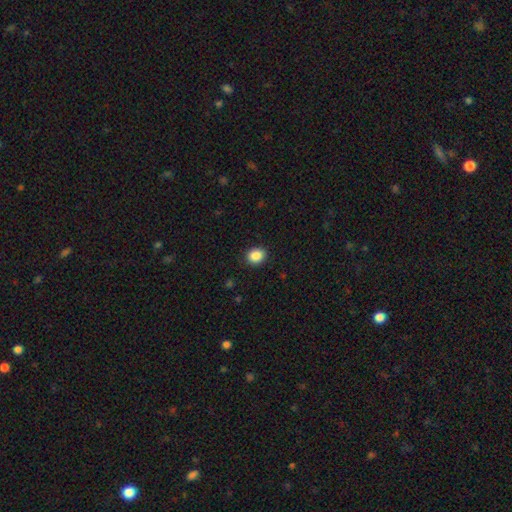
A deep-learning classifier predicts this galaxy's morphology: The model was most divided on "how rounded": round: 65%, in between: 34%, cigar-shaped: 1%. More confident: merging — none (91%); smooth or featured — smooth (88%).